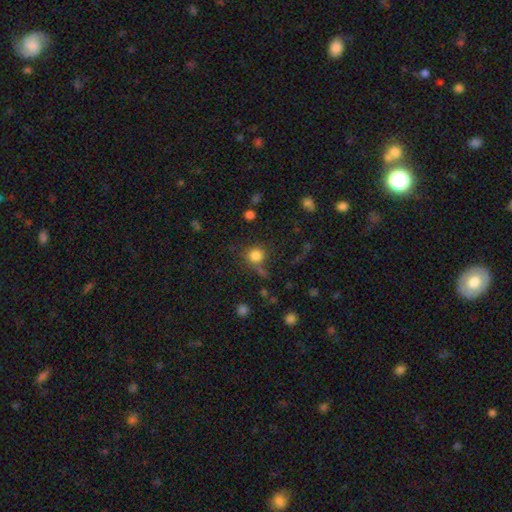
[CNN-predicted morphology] This is clearly a smooth galaxy (80%). How rounded: clearly round (89%). Merging: likely none (66%).